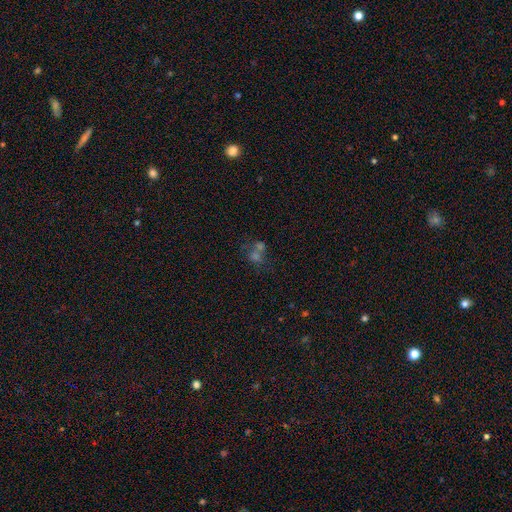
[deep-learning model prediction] smooth_or_featured: smooth (p=0.45) [alt: star or artifact p=0.33]
merging: merger (p=0.45) [alt: none p=0.40]